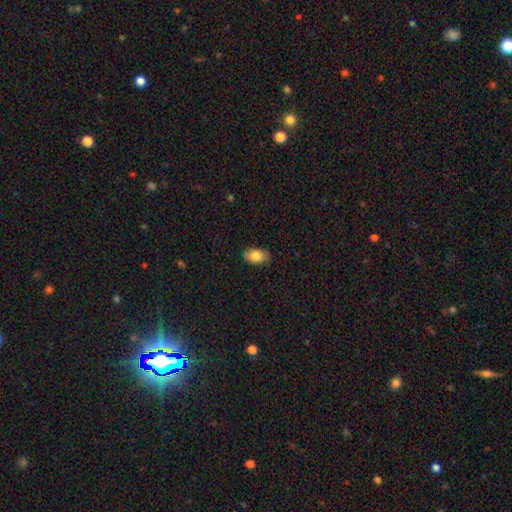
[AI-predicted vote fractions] This is clearly a smooth galaxy (83%). How rounded: clearly in between (87%). Merging: clearly none (81%).